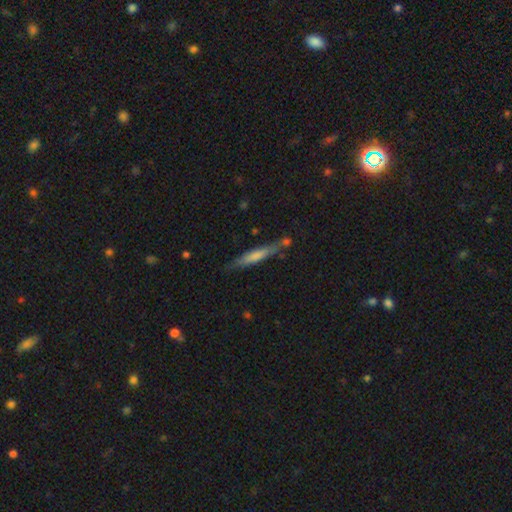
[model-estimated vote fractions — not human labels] Smooth or featured: smooth — 58% (featured or disk — 36%)
How rounded: cigar-shaped — 92% (in between — 7%)
Merging: none — 71% (minor disturbance — 18%)